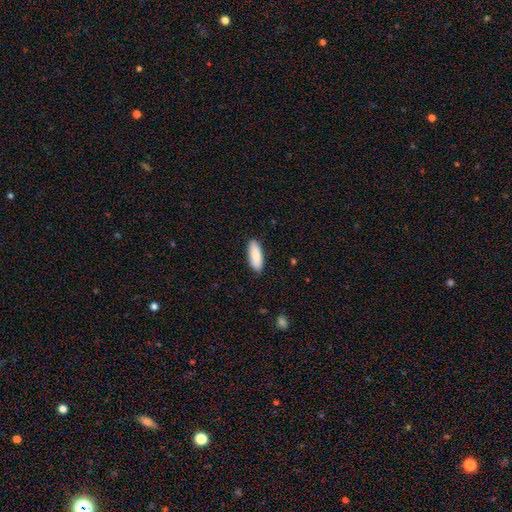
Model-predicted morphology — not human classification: Q: Smooth or featured?
A: smooth (89%); runner-up: featured or disk (6%)
Q: How rounded?
A: in between (71%); runner-up: cigar-shaped (28%)
Q: Merging?
A: none (89%); runner-up: minor disturbance (9%)